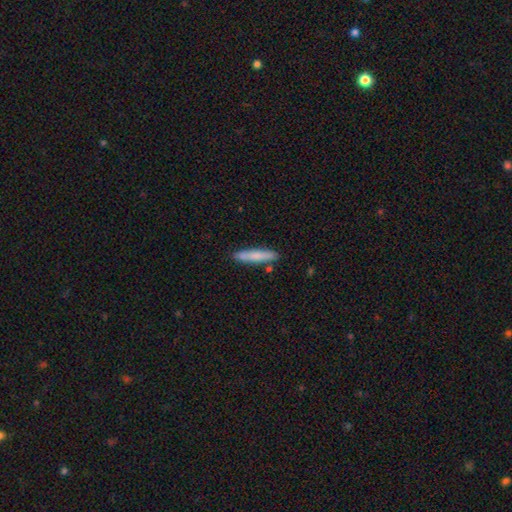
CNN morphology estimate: This is likely a smooth galaxy (77%). How rounded: clearly cigar-shaped (91%). Merging: clearly none (85%).